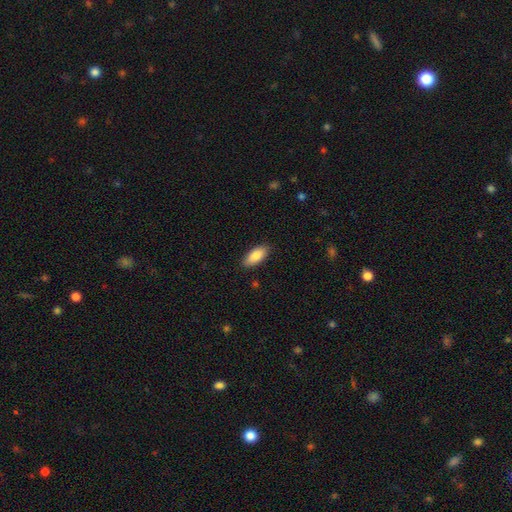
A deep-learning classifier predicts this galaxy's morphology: smooth 86%, featured or disk 8%, star or artifact 6%. Down the decision tree: how rounded — in between (86%); merging — none (88%).